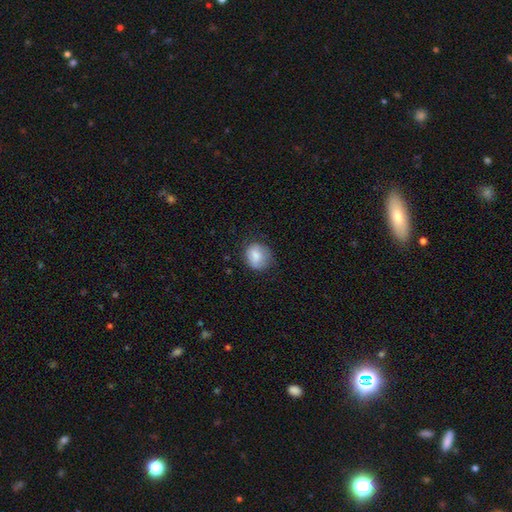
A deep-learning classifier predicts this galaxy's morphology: smooth 79%, featured or disk 14%, star or artifact 8%. Down the decision tree: how rounded — round (76%); merging — none (68%).